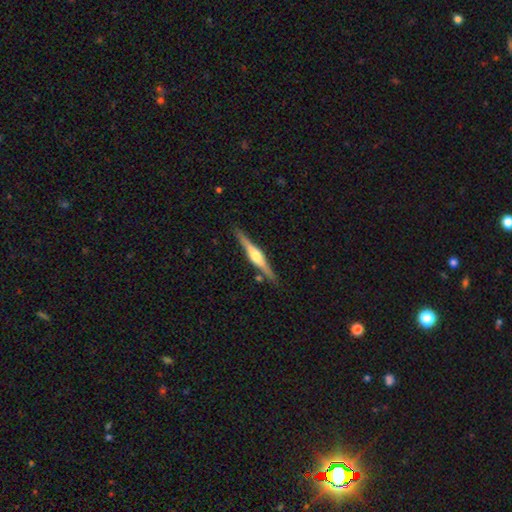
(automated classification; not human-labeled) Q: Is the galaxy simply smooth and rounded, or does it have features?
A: featured or disk — 77%.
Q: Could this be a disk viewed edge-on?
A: yes — 98%.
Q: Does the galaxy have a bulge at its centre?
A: rounded — 89%.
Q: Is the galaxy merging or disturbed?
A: none — 87%.